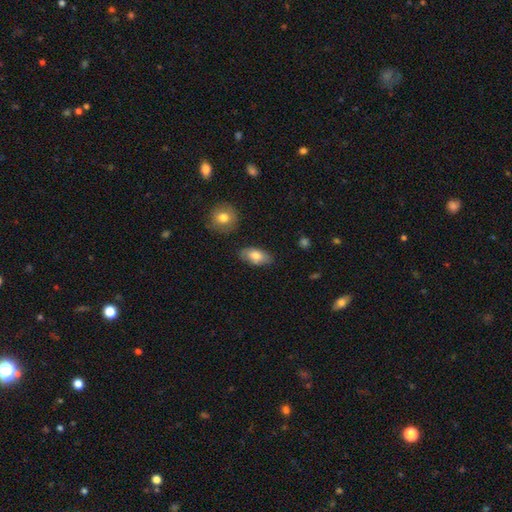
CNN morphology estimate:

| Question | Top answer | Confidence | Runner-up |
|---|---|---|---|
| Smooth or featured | smooth | 78% | featured or disk (16%) |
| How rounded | in between | 92% | cigar-shaped (4%) |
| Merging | none | 80% | minor disturbance (15%) |